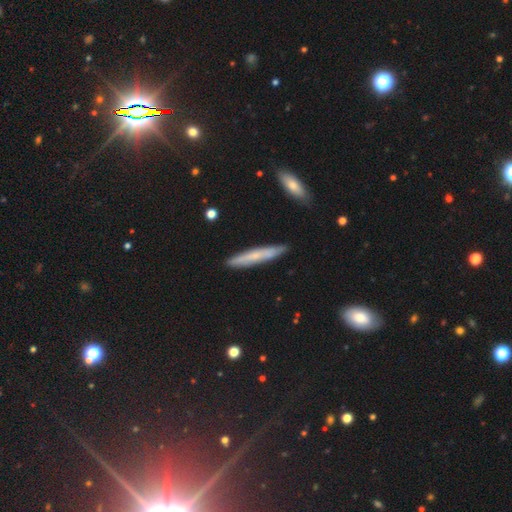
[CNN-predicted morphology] Overall: smooth (56%; featured or disk 38%). How rounded: cigar-shaped (94%). Merging: none (88%).